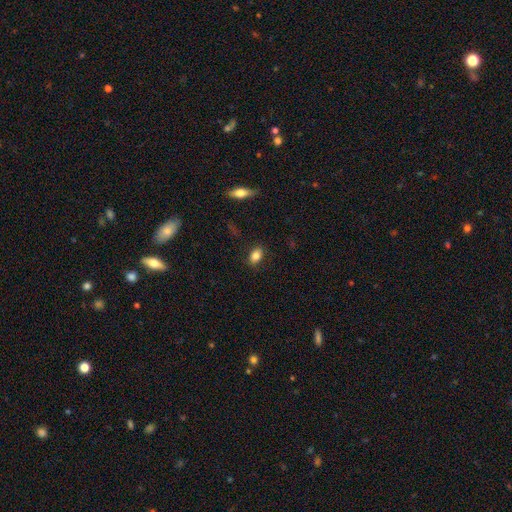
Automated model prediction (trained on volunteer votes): Overall: smooth (82%). How rounded: in between (81%). Merging: none (86%).